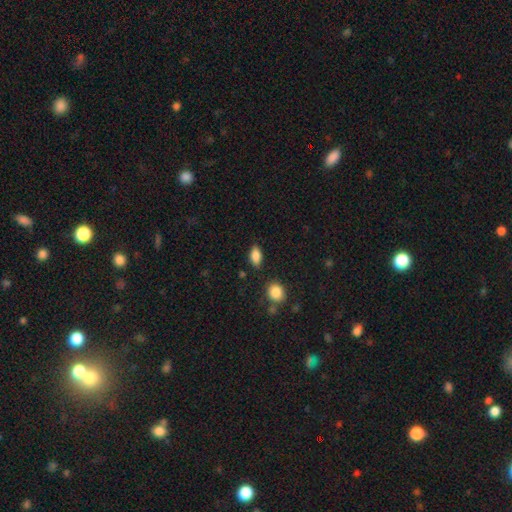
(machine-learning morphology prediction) Q: Smooth or featured?
A: smooth (87%); runner-up: star or artifact (8%)
Q: How rounded?
A: in between (88%); runner-up: round (8%)
Q: Merging?
A: none (82%); runner-up: minor disturbance (12%)